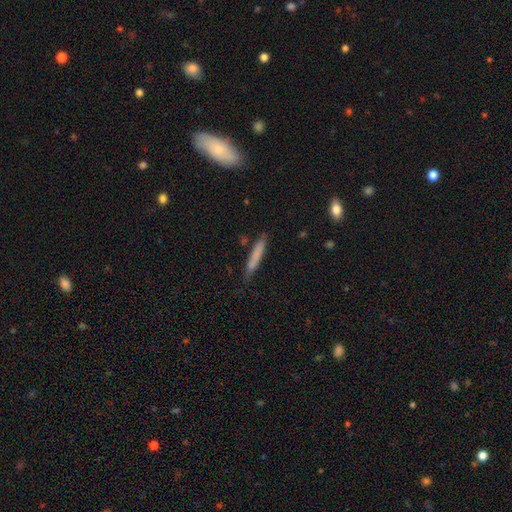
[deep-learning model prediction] This is likely a smooth galaxy (72%). How rounded: clearly cigar-shaped (94%). Merging: likely none (78%).